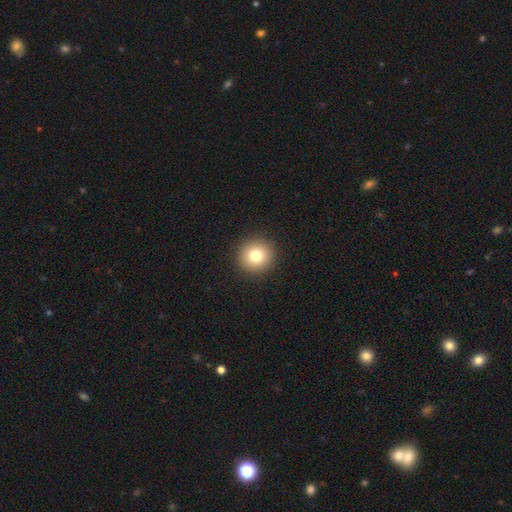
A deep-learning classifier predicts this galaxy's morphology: The model was most divided on "smooth or featured": smooth: 78%, star or artifact: 11%, featured or disk: 10%. More confident: how rounded — round (94%); merging — none (93%).